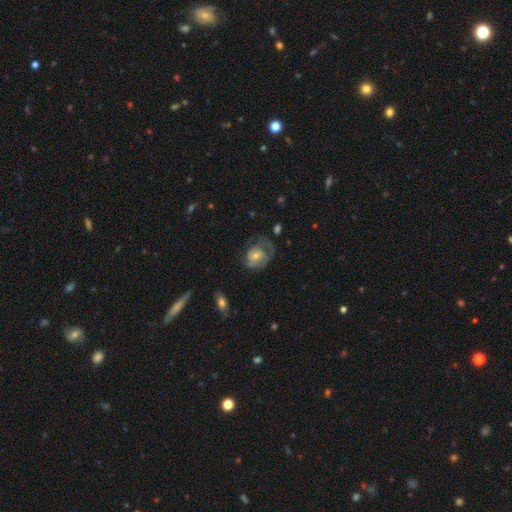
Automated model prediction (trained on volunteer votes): Morphology: type=featured or disk (53%); edge-on=no (96%); bar=no (58%); spiral arms=yes (70%); bulge=small (48%); merging=none (44%).